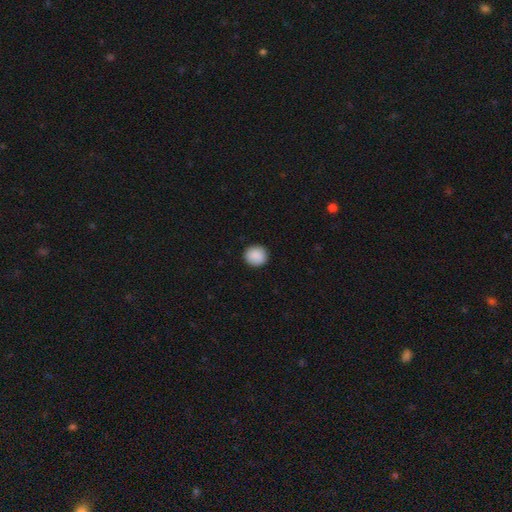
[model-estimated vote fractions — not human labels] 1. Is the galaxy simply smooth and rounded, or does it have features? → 90% smooth, 7% star or artifact, 3% featured or disk.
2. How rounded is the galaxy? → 91% round, 8% in between, 1% cigar-shaped.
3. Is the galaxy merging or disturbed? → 92% none, 6% minor disturbance, 2% major disturbance, 1% merger.